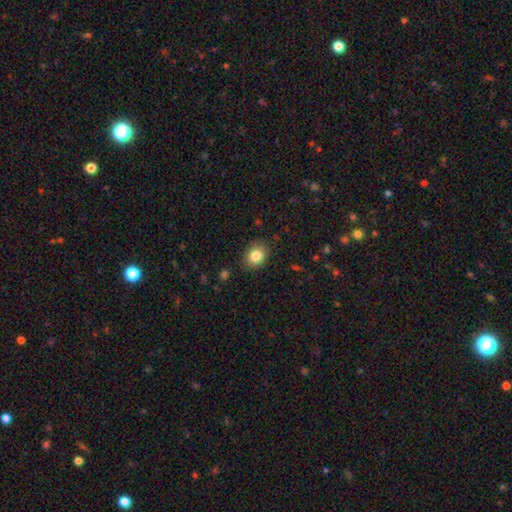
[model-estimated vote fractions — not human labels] This appears to be a smooth galaxy with no disk features (84%) that is round (54%). Merging: none (86%).